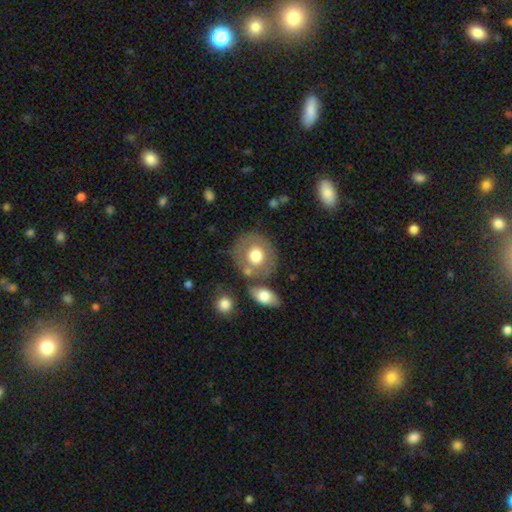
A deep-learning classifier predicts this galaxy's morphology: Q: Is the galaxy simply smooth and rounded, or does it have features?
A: smooth — 61%.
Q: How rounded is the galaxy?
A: round — 79%.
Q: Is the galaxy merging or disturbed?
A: none — 69%.